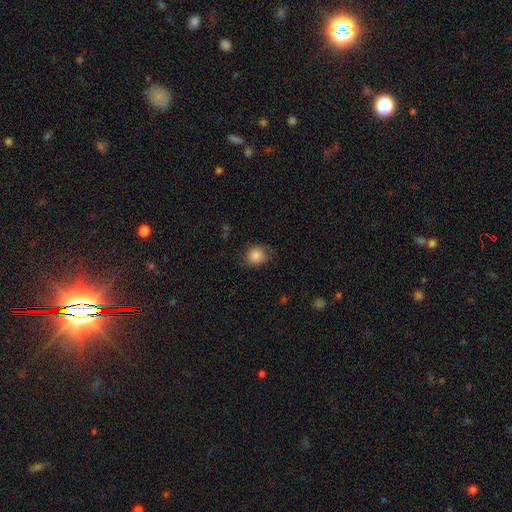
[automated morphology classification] Smooth or featured? Predicted: smooth (p=0.77). How rounded? Predicted: round (p=0.71). Merging? Predicted: none (p=0.64).